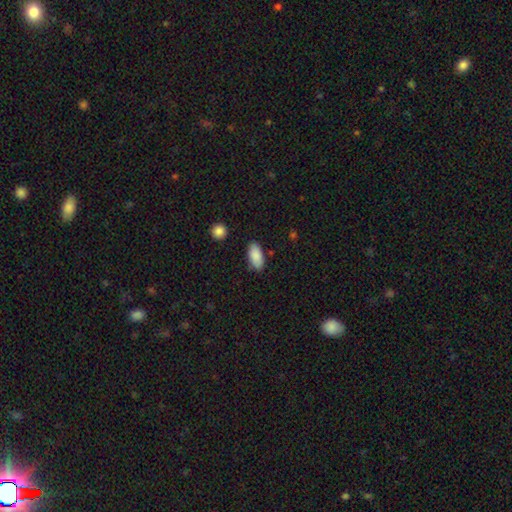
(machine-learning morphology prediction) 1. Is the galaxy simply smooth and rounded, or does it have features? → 88% smooth, 7% star or artifact, 5% featured or disk.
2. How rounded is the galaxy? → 91% in between, 6% cigar-shaped, 2% round.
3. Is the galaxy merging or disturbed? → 84% none, 11% minor disturbance, 3% major disturbance, 2% merger.